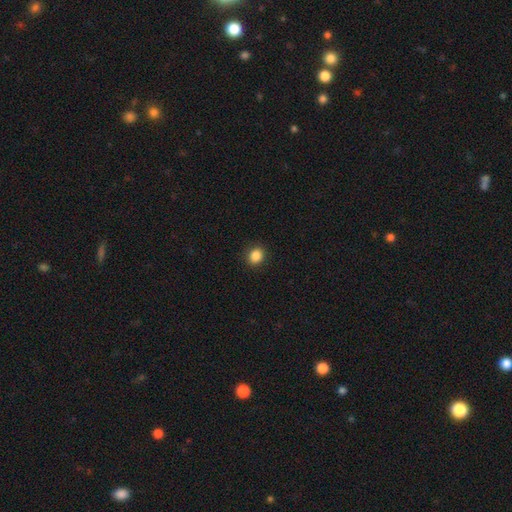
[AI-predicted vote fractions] This is clearly a smooth galaxy (87%). How rounded: likely round (71%). Merging: clearly none (90%).